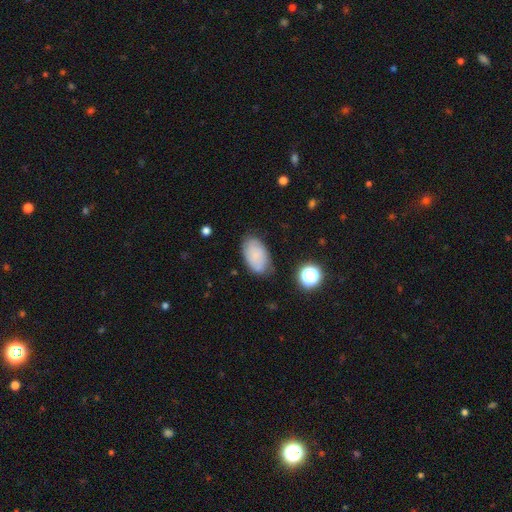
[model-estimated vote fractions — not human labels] Overall: smooth (66%). How rounded: in between (93%). Merging: none (74%).